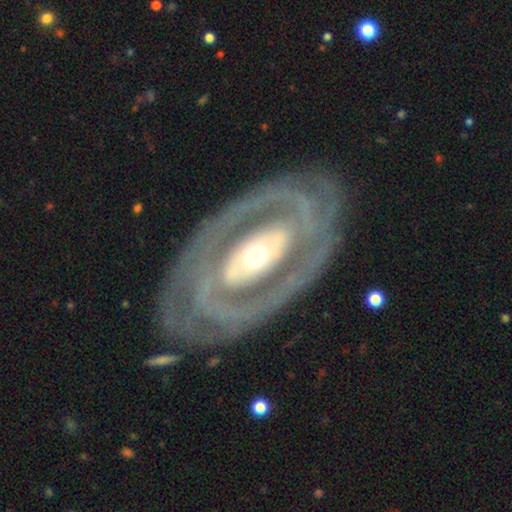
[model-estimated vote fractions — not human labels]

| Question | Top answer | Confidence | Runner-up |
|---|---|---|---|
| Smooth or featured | featured or disk | 87% | smooth (9%) |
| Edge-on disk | no | 94% | yes (6%) |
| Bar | no | 49% | strong (28%) |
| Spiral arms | yes | 85% | no (15%) |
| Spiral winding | tight | 71% | medium (22%) |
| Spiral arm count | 2 | 52% | can't tell (22%) |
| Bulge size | moderate | 59% | small (27%) |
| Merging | none | 80% | minor disturbance (13%) |